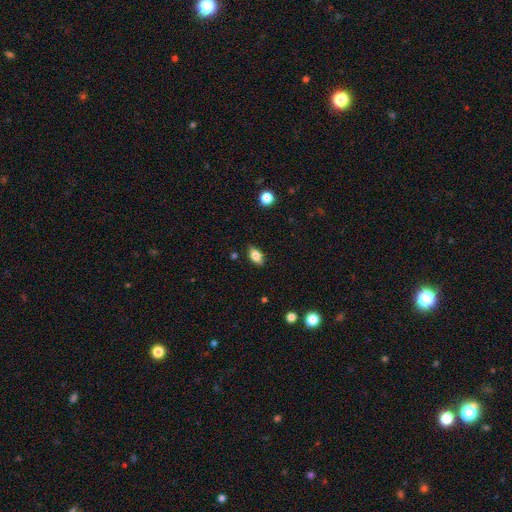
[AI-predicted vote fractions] Smooth or featured?
  - smooth: 77% *
  - featured or disk: 14%
  - star or artifact: 9%
How rounded?
  - in between: 86% *
  - round: 7%
  - cigar-shaped: 7%
Merging?
  - none: 85% *
  - minor disturbance: 12%
  - major disturbance: 2%
  - merger: 1%